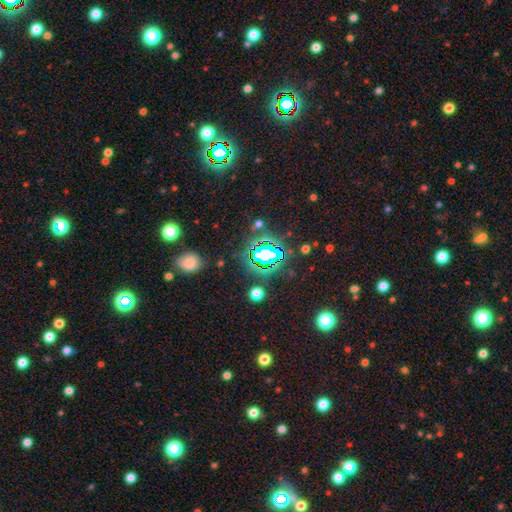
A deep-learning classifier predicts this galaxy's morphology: star or artifact 77%, smooth 16%, featured or disk 7%.